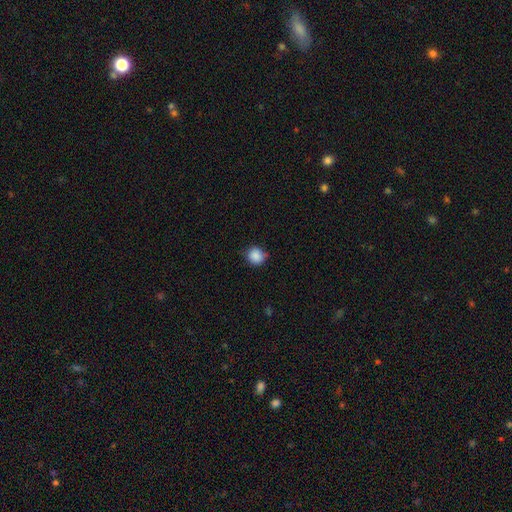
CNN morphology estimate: type=smooth (87%); roundness=round (85%); merging=none (71%).